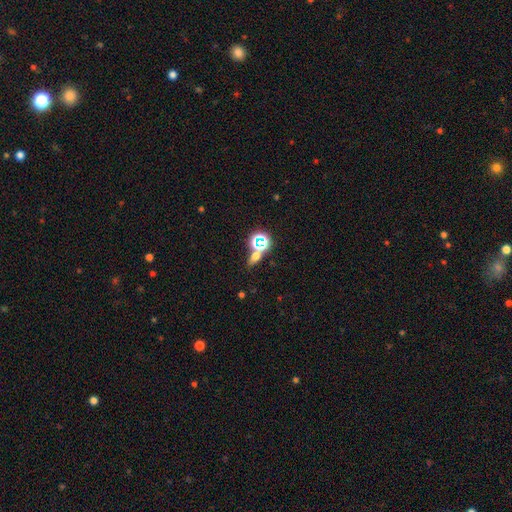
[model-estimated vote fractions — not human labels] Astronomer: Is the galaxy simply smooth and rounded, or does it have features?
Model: smooth — 45% (runner-up: star or artifact, 41%).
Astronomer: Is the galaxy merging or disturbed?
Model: none — 63%.